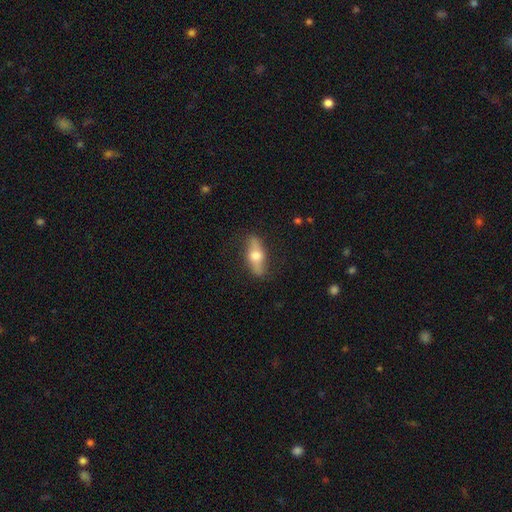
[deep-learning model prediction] This appears to be a featured or disk galaxy (51%) viewed edge-on (71%). Merging: none (83%).